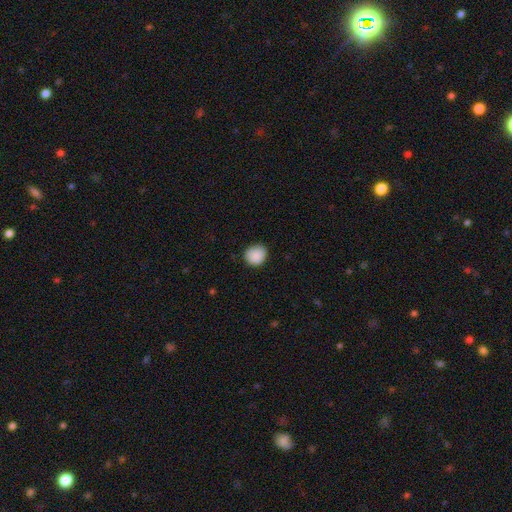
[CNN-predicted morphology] smooth-or-featured: smooth: 89% | star or artifact: 8% | featured or disk: 3%
  how-rounded: round: 78% | in between: 21% | cigar-shaped: 1%
  merging: none: 82% | minor disturbance: 15% | major disturbance: 3% | merger: 1%